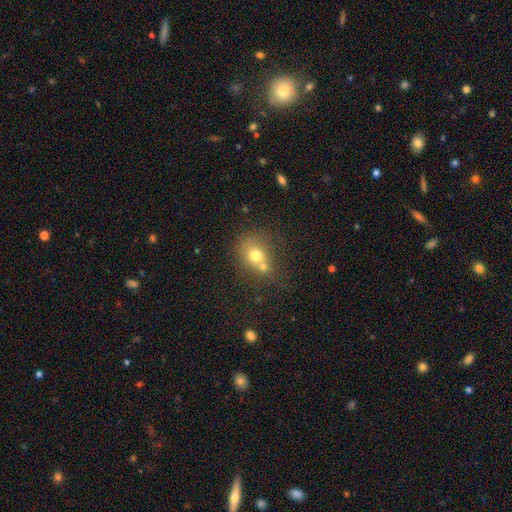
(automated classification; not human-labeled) The model was most divided on "merging": merger: 42%, none: 41%, minor disturbance: 12%, major disturbance: 6%. More confident: smooth or featured — smooth (69%); how rounded — round (68%).